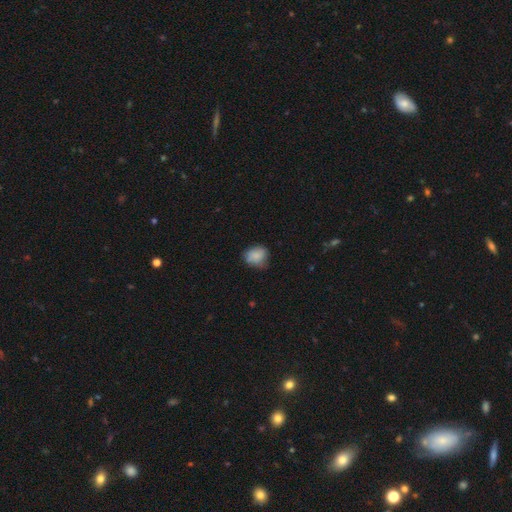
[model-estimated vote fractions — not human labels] A smooth galaxy with no disk features (80%) that is round (59%).

Vote fractions:
- Smooth or featured? smooth: 80% / featured or disk: 11% / star or artifact: 9%
- How rounded? round: 59% / in between: 40% / cigar-shaped: 1%
- Merging? none: 57% / minor disturbance: 33% / major disturbance: 8% / merger: 2%